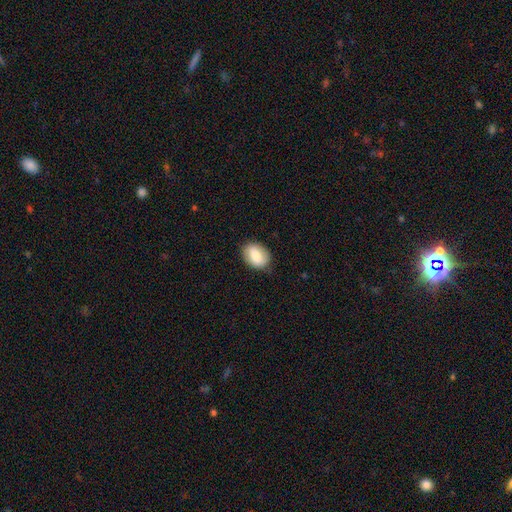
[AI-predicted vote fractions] Q: Smooth or featured?
A: smooth (75%); runner-up: featured or disk (18%)
Q: How rounded?
A: in between (74%); runner-up: round (25%)
Q: Merging?
A: none (83%); runner-up: minor disturbance (13%)